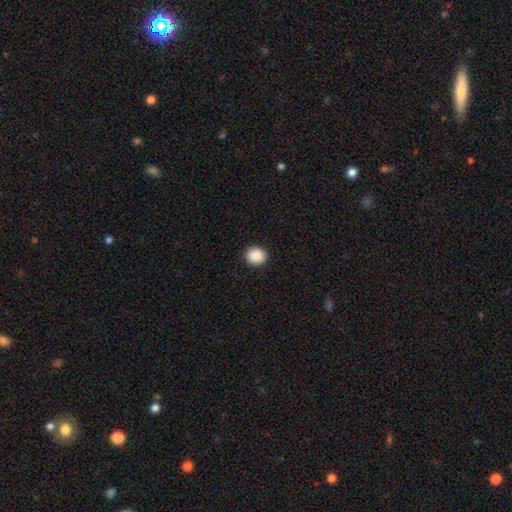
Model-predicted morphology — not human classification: A smooth galaxy with no disk features (90%) that is round (79%).

Vote fractions:
- Smooth or featured? smooth: 90% / star or artifact: 8% / featured or disk: 2%
- How rounded? round: 79% / in between: 20% / cigar-shaped: 1%
- Merging? none: 92% / minor disturbance: 5% / major disturbance: 2% / merger: 1%